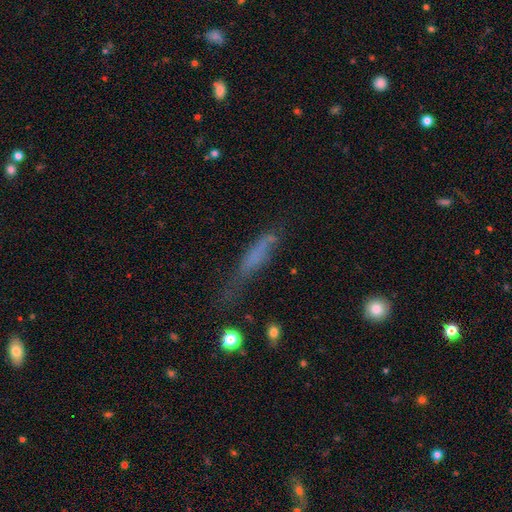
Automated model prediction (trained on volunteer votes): smooth 57%, featured or disk 30%, star or artifact 13%. Down the decision tree: how rounded — cigar-shaped (79%); merging — none (40%).